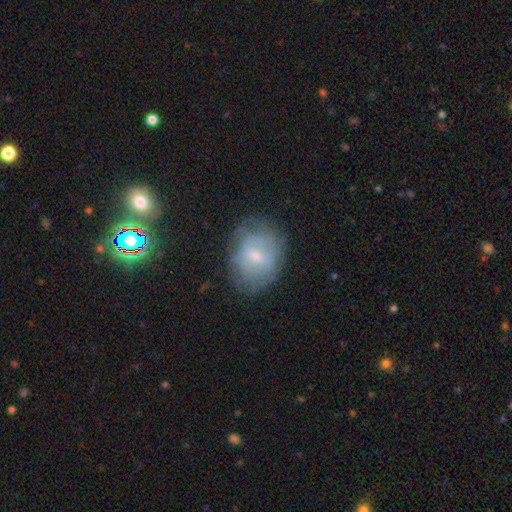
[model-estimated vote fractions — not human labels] Overall: featured or disk (59%; smooth 33%). Edge-on disk: no (96%). Bar: weak (53%; no 36%). Spiral arms: yes (67%; no 33%). Bulge size: small (53%; moderate 38%). Merging: none (66%).